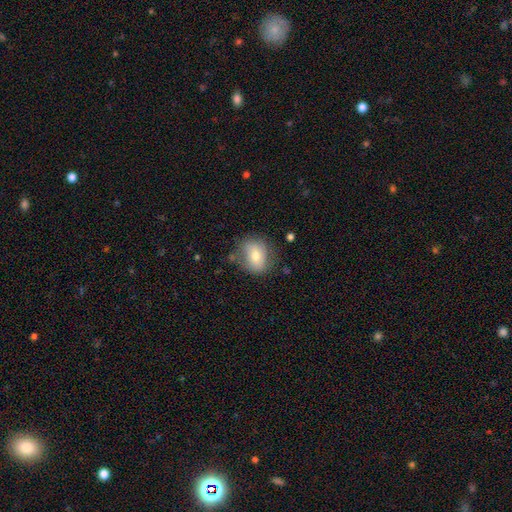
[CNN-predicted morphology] Smooth or featured? smooth (69%)
How rounded? round (54%)
Merging? none (72%)